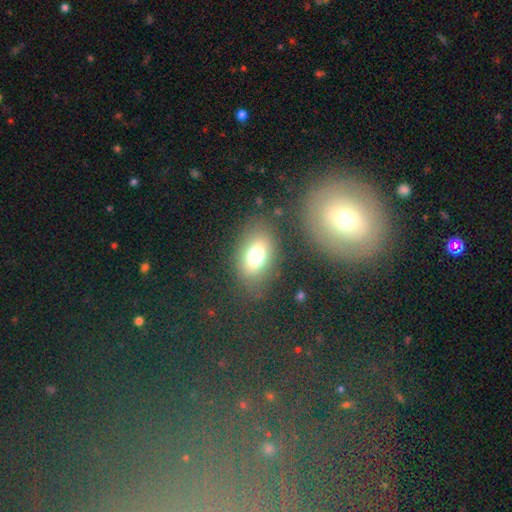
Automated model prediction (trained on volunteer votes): Smooth or featured?
  - smooth: 71% *
  - featured or disk: 16%
  - star or artifact: 13%
How rounded?
  - in between: 77% *
  - round: 20%
  - cigar-shaped: 2%
Merging?
  - none: 76% *
  - minor disturbance: 13%
  - major disturbance: 7%
  - merger: 4%